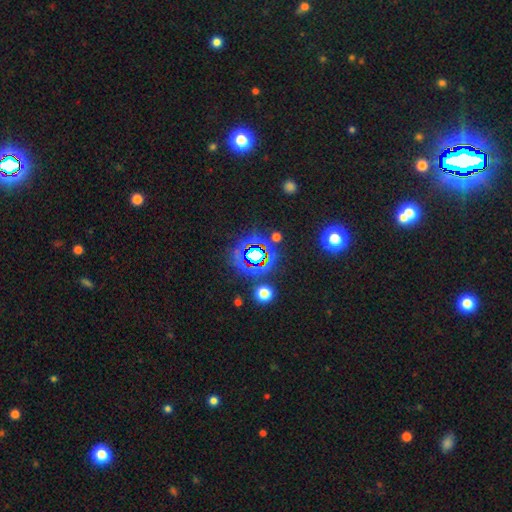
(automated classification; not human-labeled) This is likely a star or artifact rather than a galaxy (67%).